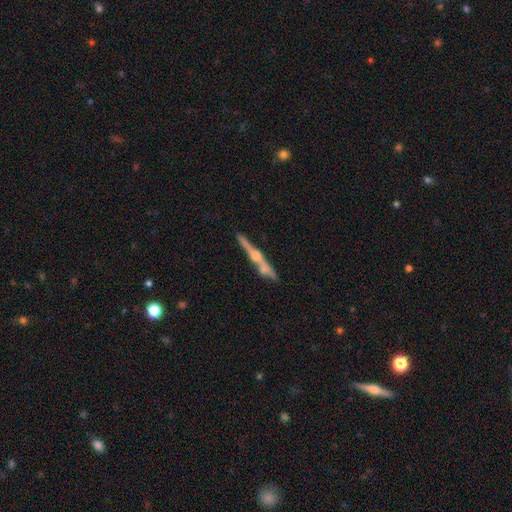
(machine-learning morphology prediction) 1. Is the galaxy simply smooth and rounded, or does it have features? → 74% featured or disk, 19% smooth, 7% star or artifact.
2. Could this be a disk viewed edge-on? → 96% yes, 4% no.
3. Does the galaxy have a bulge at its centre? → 78% rounded, 13% none, 9% boxy.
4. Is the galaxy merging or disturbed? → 71% none, 13% minor disturbance, 12% merger, 4% major disturbance.